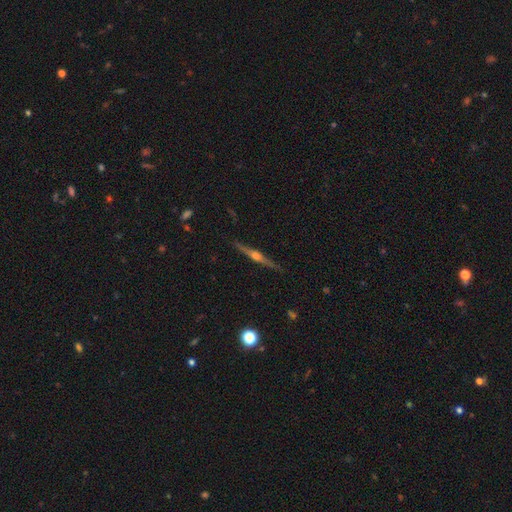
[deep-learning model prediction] featured or disk 82%, smooth 12%, star or artifact 6%. Down the decision tree: edge-on disk — yes (98%); edge-on bulge — rounded (90%); merging — none (89%).